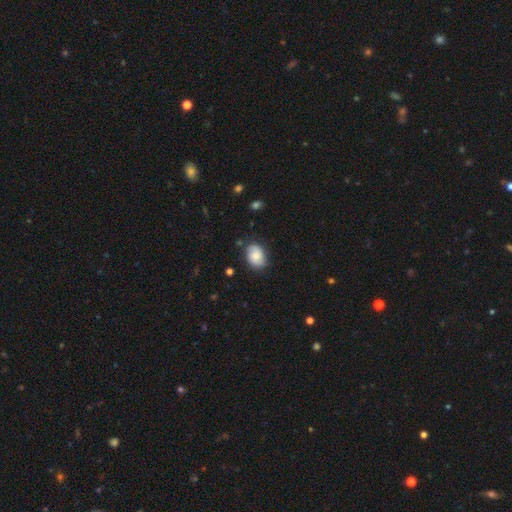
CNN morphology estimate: A smooth galaxy with no disk features (68%) that is in between round and cigar-shaped (69%). Merging: none (70%).